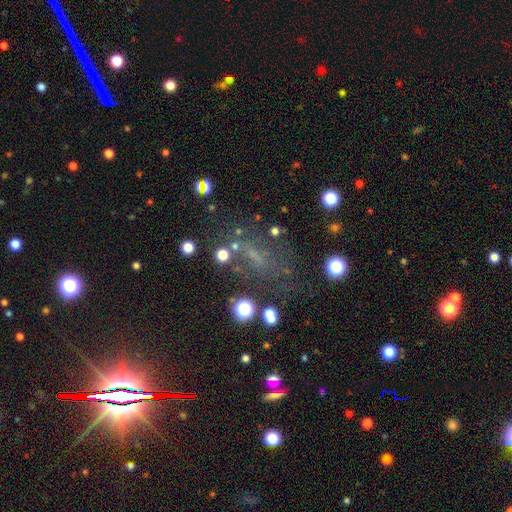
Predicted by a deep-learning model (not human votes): A star or artifact, not a galaxy (37%).

Vote fractions:
- Smooth or featured? star or artifact: 37% / smooth: 34% / featured or disk: 29%